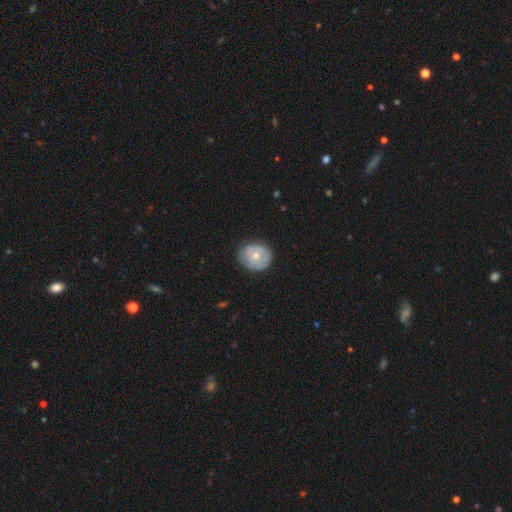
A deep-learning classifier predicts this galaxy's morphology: smooth 57%, featured or disk 37%, star or artifact 7%. Down the decision tree: how rounded — round (76%); merging — none (74%).